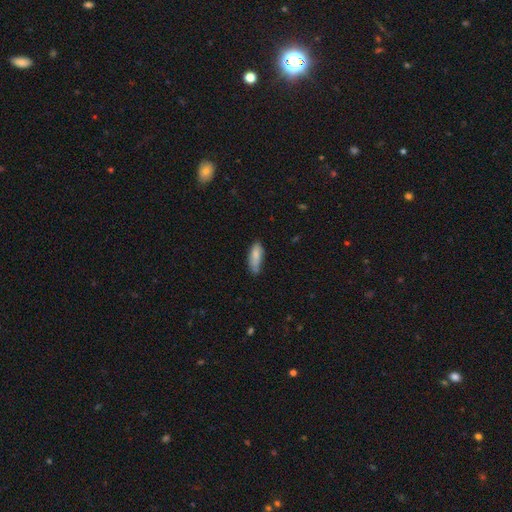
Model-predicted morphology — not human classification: Smooth or featured? smooth (81%)
How rounded? in between (65%)
Merging? none (54%)